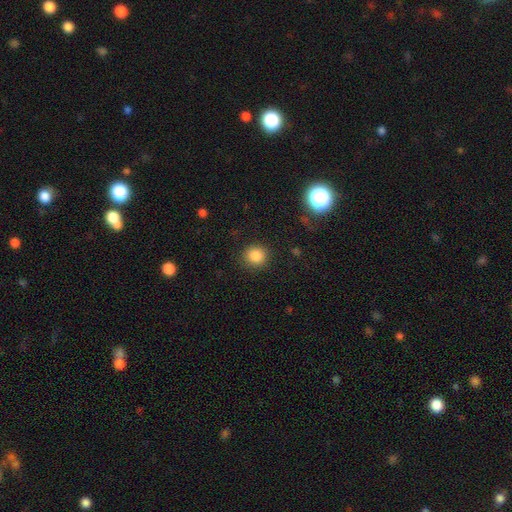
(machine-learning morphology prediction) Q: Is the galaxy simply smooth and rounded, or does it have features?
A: smooth — 85%.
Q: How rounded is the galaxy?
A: round — 88%.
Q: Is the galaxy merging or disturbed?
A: none — 88%.